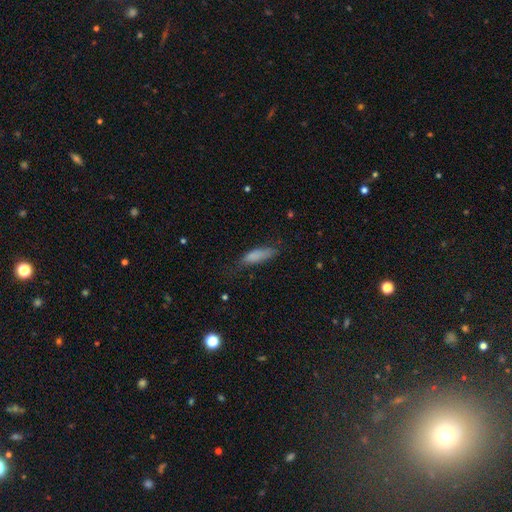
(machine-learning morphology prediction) type=smooth (80%); roundness=cigar-shaped (49%); merging=none (55%).